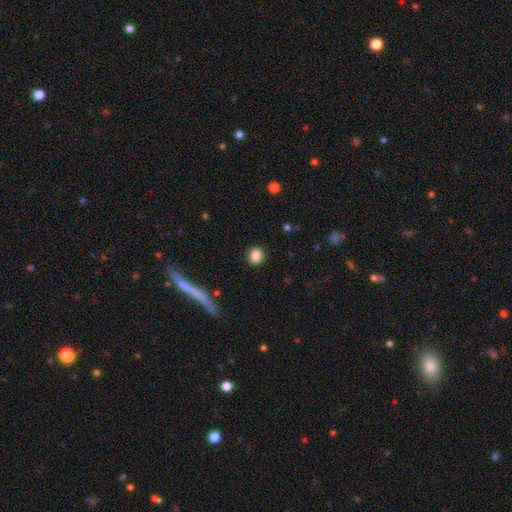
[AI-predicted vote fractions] smooth 86%, star or artifact 9%, featured or disk 5%. Down the decision tree: how rounded — round (71%); merging — none (88%).